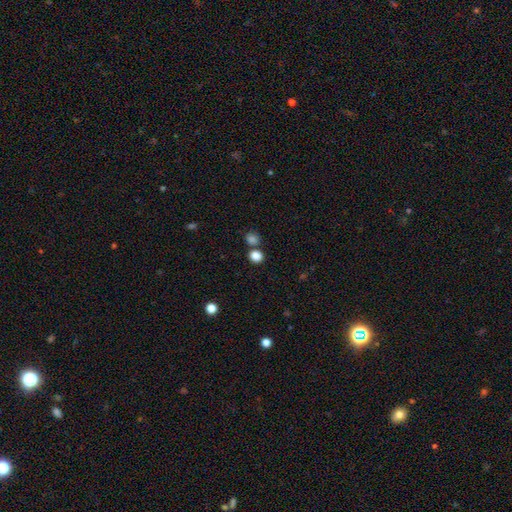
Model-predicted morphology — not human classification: Smooth or featured?
  - smooth: 84% *
  - star or artifact: 12%
  - featured or disk: 4%
How rounded?
  - round: 74% *
  - in between: 25%
  - cigar-shaped: 1%
Merging?
  - none: 67% *
  - merger: 21%
  - minor disturbance: 8%
  - major disturbance: 3%